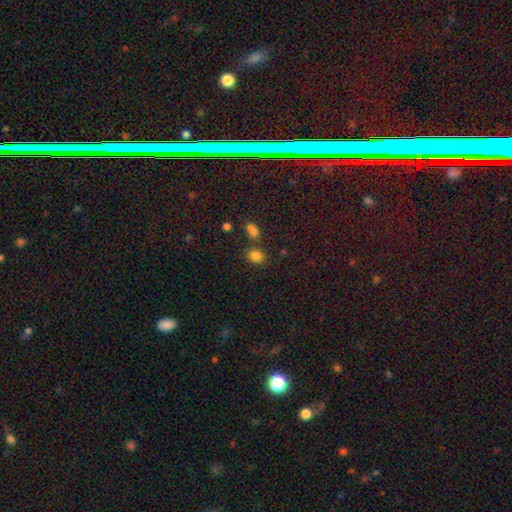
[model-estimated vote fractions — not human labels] Overall: smooth (81%). How rounded: round (71%). Merging: none (75%).